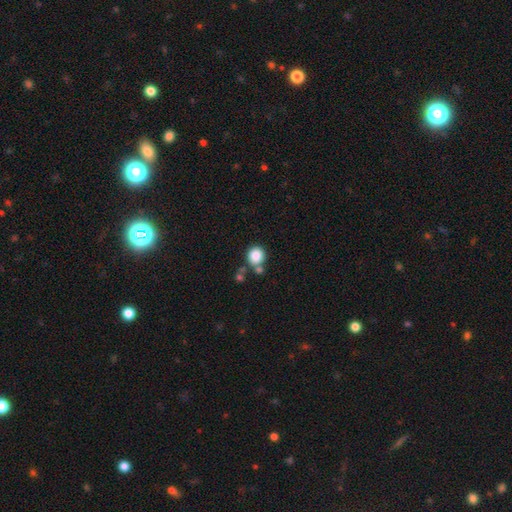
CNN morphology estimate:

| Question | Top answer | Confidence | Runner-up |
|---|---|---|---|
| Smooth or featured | smooth | 85% | star or artifact (10%) |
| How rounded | round | 90% | in between (9%) |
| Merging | none | 67% | merger (18%) |